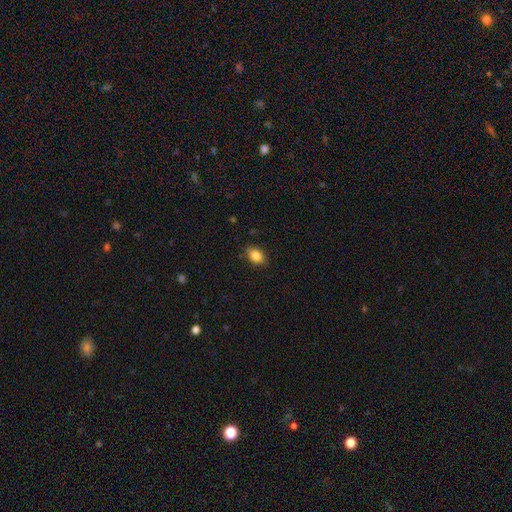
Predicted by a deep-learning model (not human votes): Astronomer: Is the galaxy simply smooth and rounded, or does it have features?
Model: smooth — 86%.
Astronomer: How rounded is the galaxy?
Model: in between — 83%.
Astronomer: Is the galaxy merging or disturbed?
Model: none — 84%.